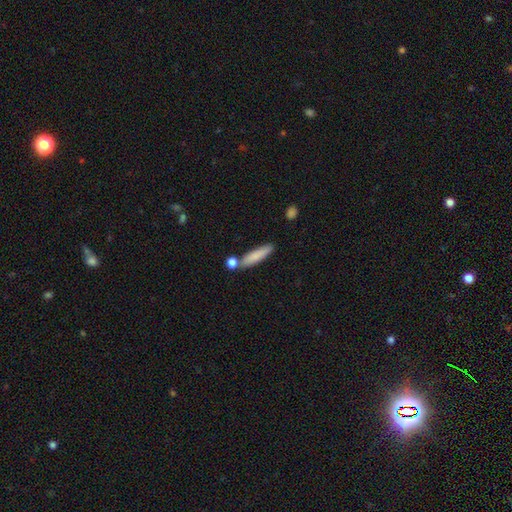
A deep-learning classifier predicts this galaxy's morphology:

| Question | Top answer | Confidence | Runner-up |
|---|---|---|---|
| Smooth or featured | smooth | 80% | featured or disk (14%) |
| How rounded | cigar-shaped | 80% | in between (18%) |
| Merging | none | 72% | minor disturbance (13%) |